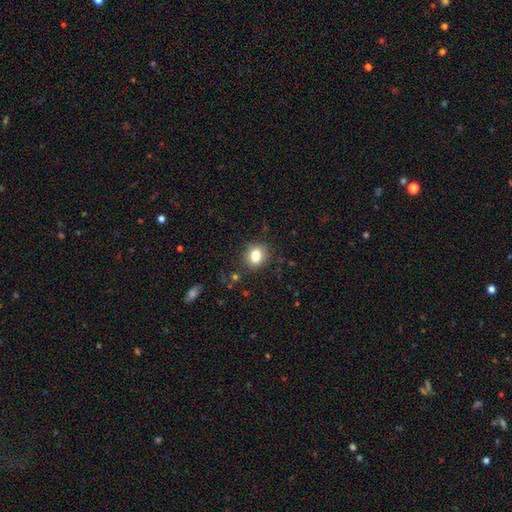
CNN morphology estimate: Smooth or featured: smooth — 80% (star or artifact — 11%)
How rounded: round — 55% (in between — 44%)
Merging: none — 83% (minor disturbance — 12%)